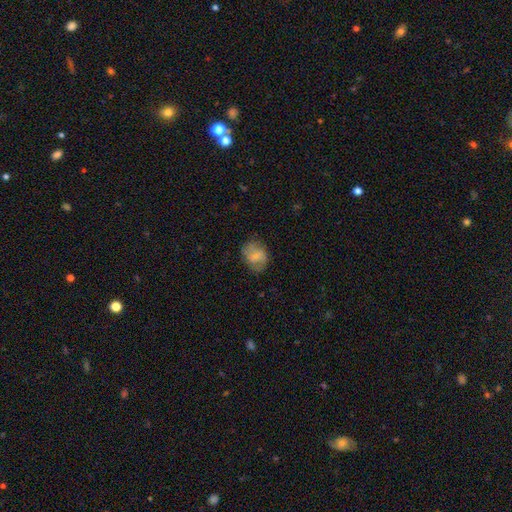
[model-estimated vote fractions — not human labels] A smooth galaxy with no disk features (56%) that is in between round and cigar-shaped (54%).

Vote fractions:
- Smooth or featured? smooth: 56% / featured or disk: 36% / star or artifact: 8%
- How rounded? in between: 54% / round: 45% / cigar-shaped: 1%
- Merging? none: 68% / minor disturbance: 22% / major disturbance: 9% / merger: 1%